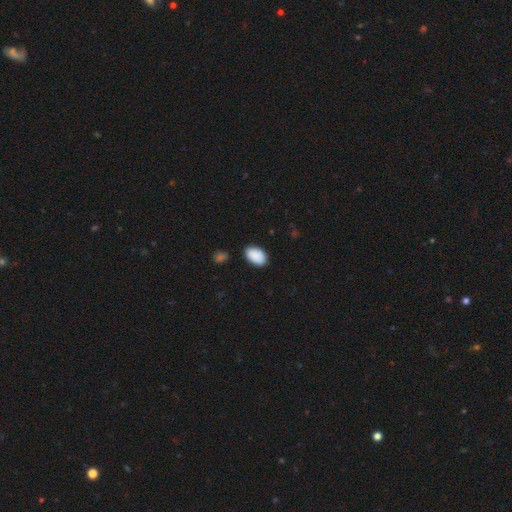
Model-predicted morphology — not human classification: smooth 91%, star or artifact 6%, featured or disk 3%. Down the decision tree: how rounded — in between (93%); merging — none (83%).